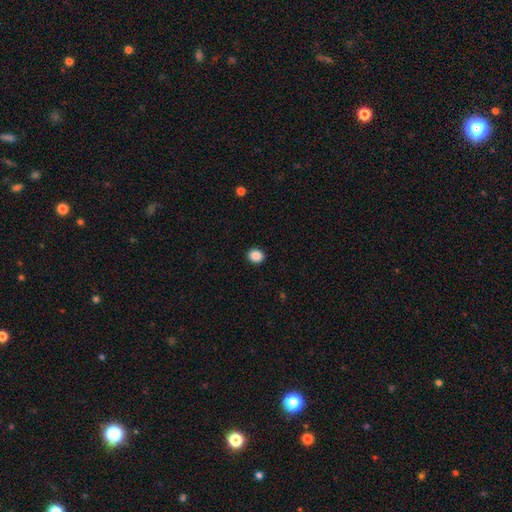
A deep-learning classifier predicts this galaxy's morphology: A smooth galaxy with no disk features (88%) that is round (71%).

Vote fractions:
- Smooth or featured? smooth: 88% / star or artifact: 9% / featured or disk: 3%
- How rounded? round: 71% / in between: 28% / cigar-shaped: 1%
- Merging? none: 92% / minor disturbance: 5% / major disturbance: 2% / merger: 1%